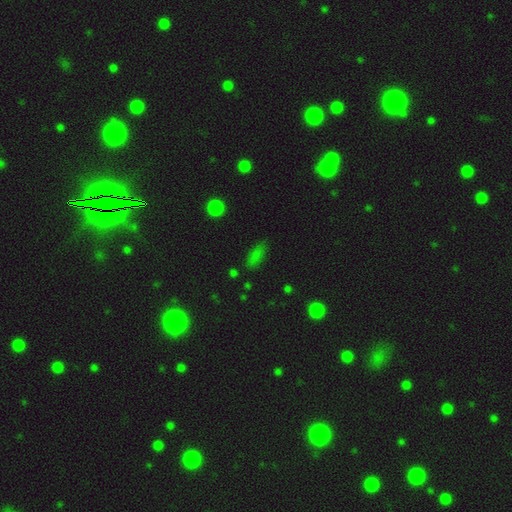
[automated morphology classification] Smooth or featured?
  - smooth: 72% *
  - star or artifact: 20%
  - featured or disk: 9%
How rounded?
  - in between: 73% *
  - cigar-shaped: 21%
  - round: 6%
Merging?
  - none: 75% *
  - minor disturbance: 17%
  - major disturbance: 5%
  - merger: 3%